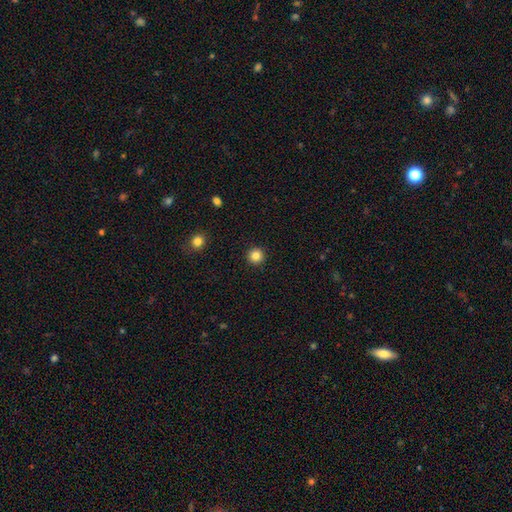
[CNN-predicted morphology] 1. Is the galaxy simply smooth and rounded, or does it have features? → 84% smooth, 11% star or artifact, 5% featured or disk.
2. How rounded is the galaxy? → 96% round, 3% in between, 1% cigar-shaped.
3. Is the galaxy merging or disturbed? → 93% none, 4% minor disturbance, 1% major disturbance, 1% merger.